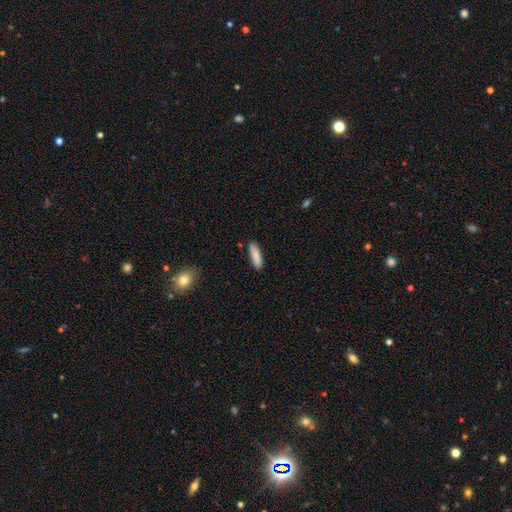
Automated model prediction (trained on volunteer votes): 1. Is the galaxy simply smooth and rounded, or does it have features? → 85% smooth, 9% featured or disk, 6% star or artifact.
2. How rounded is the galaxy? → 59% cigar-shaped, 40% in between, 2% round.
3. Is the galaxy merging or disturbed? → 88% none, 9% minor disturbance, 2% major disturbance, 2% merger.